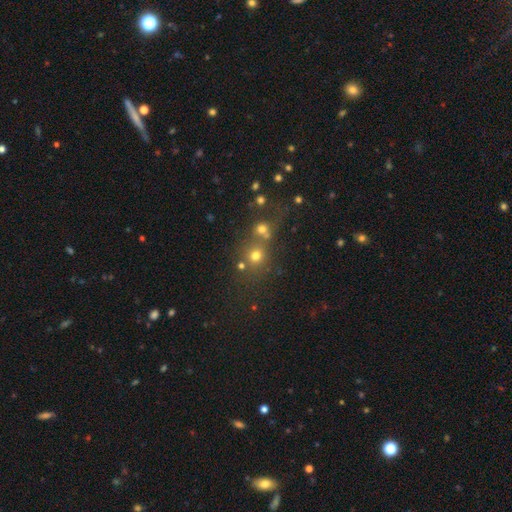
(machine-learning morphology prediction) This appears to be a smooth galaxy with no disk features (68%) that is round (86%). Merging: none (56%).